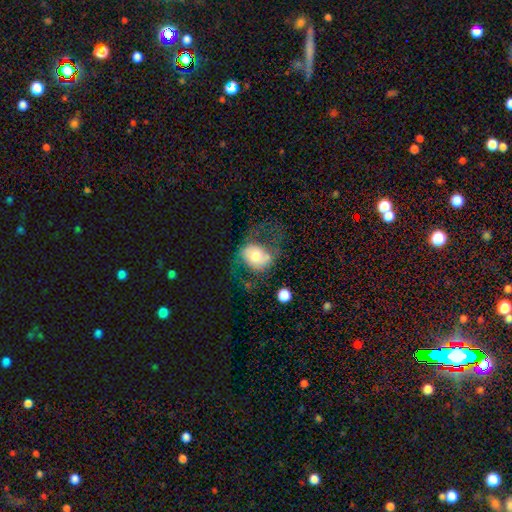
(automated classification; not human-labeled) smooth-or-featured: smooth: 59% | featured or disk: 34% | star or artifact: 8%
  how-rounded: in between: 53% | round: 46% | cigar-shaped: 1%
  merging: major disturbance: 39% | none: 32% | minor disturbance: 23% | merger: 6%